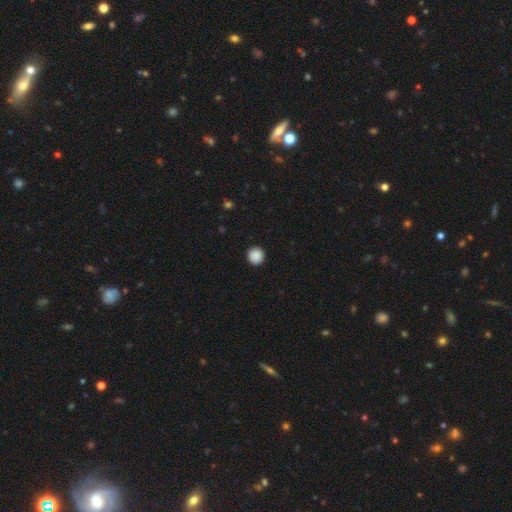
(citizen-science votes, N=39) Smooth or featured?
  - smooth: 92% *
  - featured or disk: 8%
  - star or artifact: 0%
How rounded?
  - round: 100% *
  - in between: 0%
  - cigar-shaped: 0%
Merging?
  - none: 95% *
  - minor disturbance: 3%
  - major disturbance: 3%
  - merger: 0%